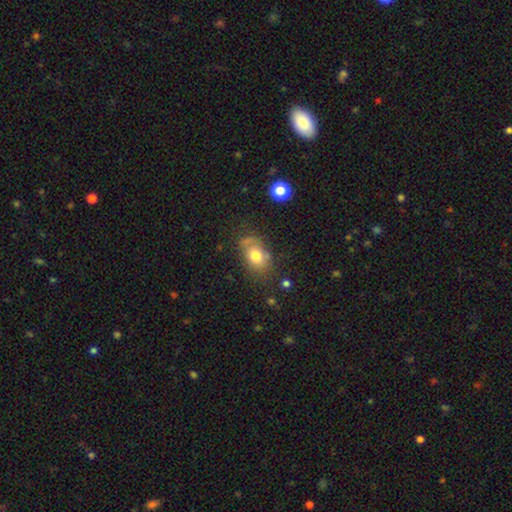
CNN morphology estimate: Overall: smooth (69%). How rounded: in between (76%). Merging: none (58%; minor disturbance 25%).